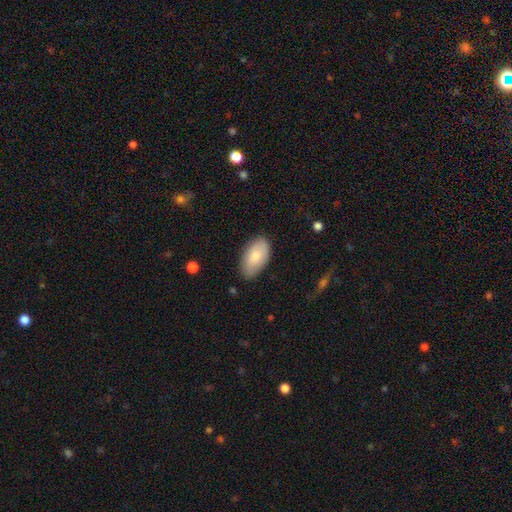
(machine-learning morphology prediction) smooth-or-featured: smooth: 79% | featured or disk: 15% | star or artifact: 6%
  how-rounded: in between: 95% | round: 3% | cigar-shaped: 2%
  merging: none: 80% | minor disturbance: 15% | major disturbance: 3% | merger: 1%